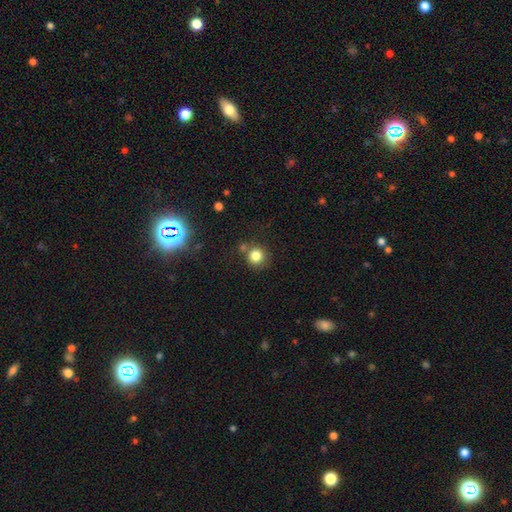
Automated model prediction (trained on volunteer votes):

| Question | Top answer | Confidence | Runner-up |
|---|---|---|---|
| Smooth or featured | smooth | 82% | star or artifact (12%) |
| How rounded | round | 92% | in between (7%) |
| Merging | none | 72% | merger (13%) |